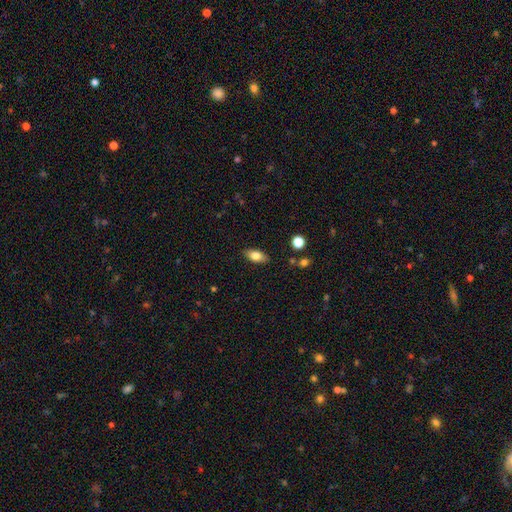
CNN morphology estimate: Smooth or featured?
  - smooth: 77% *
  - featured or disk: 15%
  - star or artifact: 8%
How rounded?
  - in between: 87% *
  - cigar-shaped: 9%
  - round: 5%
Merging?
  - none: 86% *
  - minor disturbance: 11%
  - major disturbance: 2%
  - merger: 1%